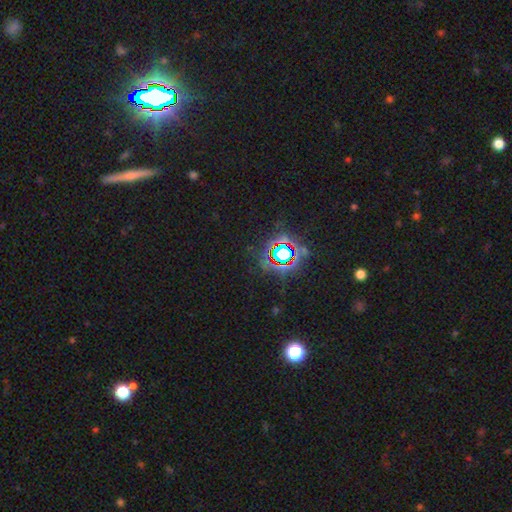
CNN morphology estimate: Overall: star or artifact (79%).